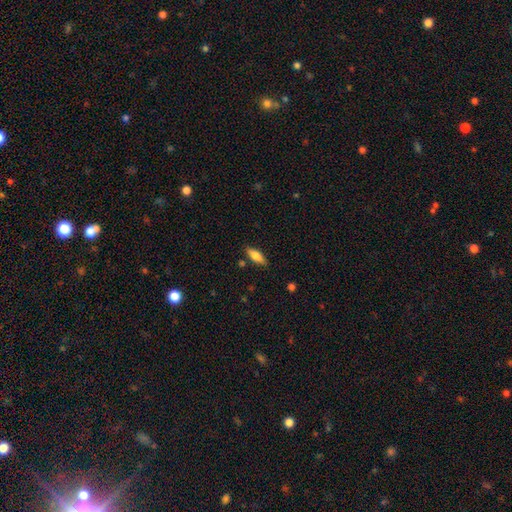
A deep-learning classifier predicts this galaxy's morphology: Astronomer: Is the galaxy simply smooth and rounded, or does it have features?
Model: smooth — 76%.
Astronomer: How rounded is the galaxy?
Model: in between — 65%.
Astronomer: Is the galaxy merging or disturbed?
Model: none — 82%.